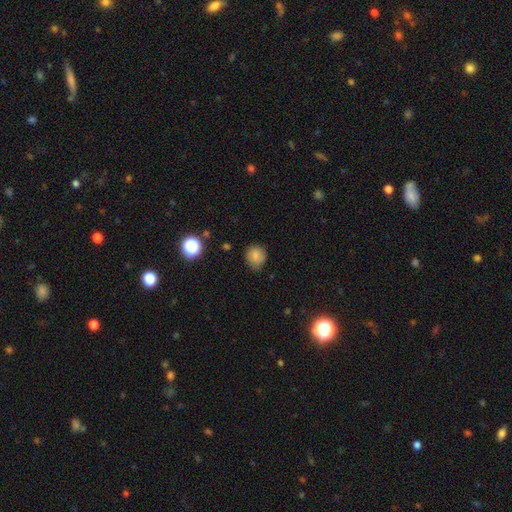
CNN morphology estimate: Smooth or featured?
  - smooth: 81% *
  - star or artifact: 12%
  - featured or disk: 8%
How rounded?
  - round: 83% *
  - in between: 16%
  - cigar-shaped: 1%
Merging?
  - none: 72% *
  - minor disturbance: 23%
  - major disturbance: 4%
  - merger: 1%